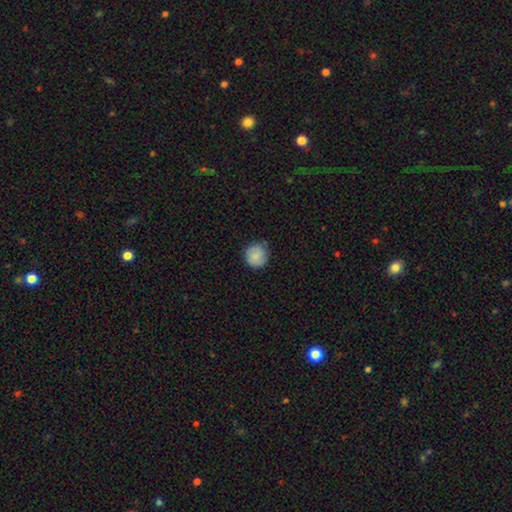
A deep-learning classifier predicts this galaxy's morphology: This is clearly a smooth galaxy (83%). How rounded: clearly round (93%). Merging: clearly none (82%).